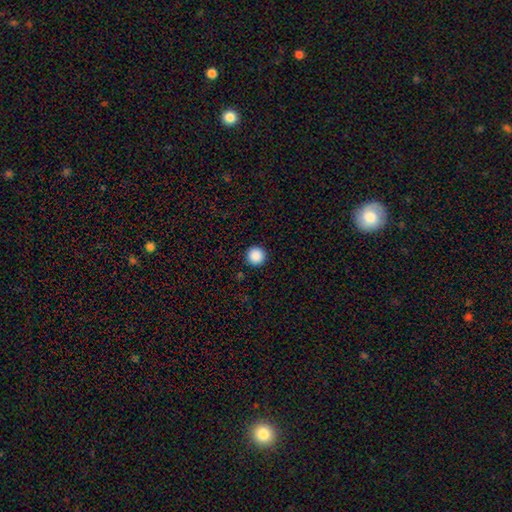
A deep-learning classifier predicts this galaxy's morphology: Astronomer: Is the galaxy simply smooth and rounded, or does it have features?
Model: smooth — 88%.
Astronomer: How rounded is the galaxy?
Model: round — 96%.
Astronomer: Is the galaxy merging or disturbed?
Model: none — 93%.